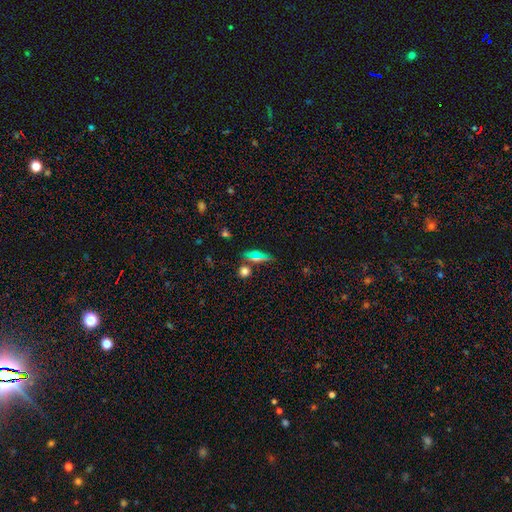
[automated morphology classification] Smooth or featured? Predicted: smooth (p=0.60). How rounded? Predicted: in between (p=0.59). Merging? Predicted: none (p=0.74).